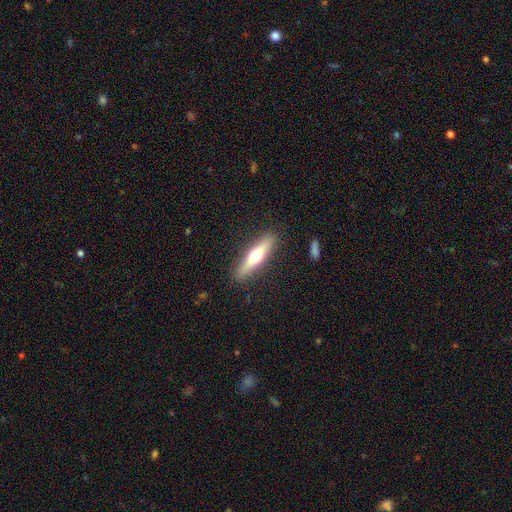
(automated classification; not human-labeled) This is possibly a featured or disk galaxy (48%). Merging: clearly none (88%).